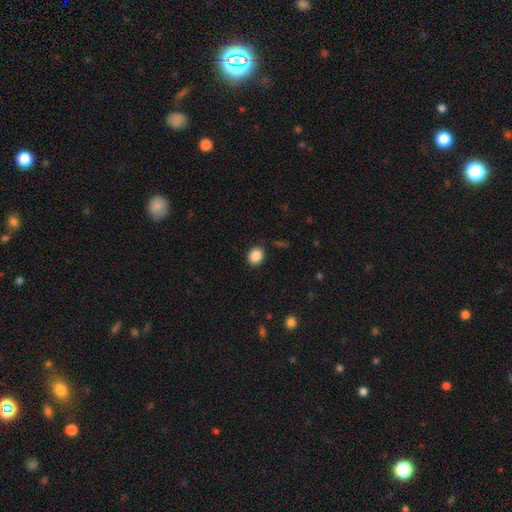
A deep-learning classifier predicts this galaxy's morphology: smooth-or-featured: smooth: 87% | star or artifact: 9% | featured or disk: 3%
  how-rounded: round: 68% | in between: 31% | cigar-shaped: 1%
  merging: none: 88% | minor disturbance: 8% | major disturbance: 2% | merger: 1%